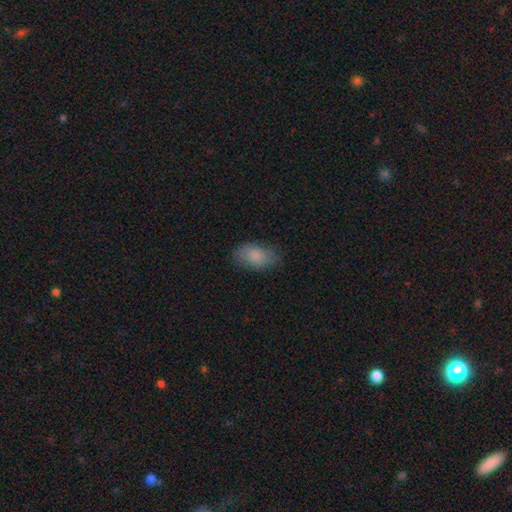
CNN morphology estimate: Smooth or featured: smooth — 83% (featured or disk — 10%)
How rounded: in between — 92% (round — 7%)
Merging: none — 78% (minor disturbance — 16%)